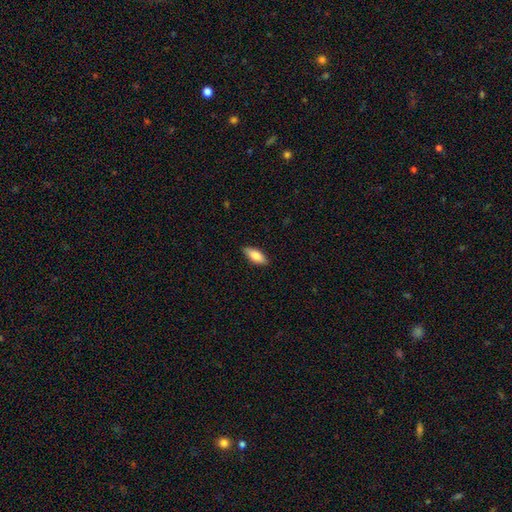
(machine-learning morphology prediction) A smooth galaxy with no disk features (79%) that is in between round and cigar-shaped (78%). Merging: none (87%).